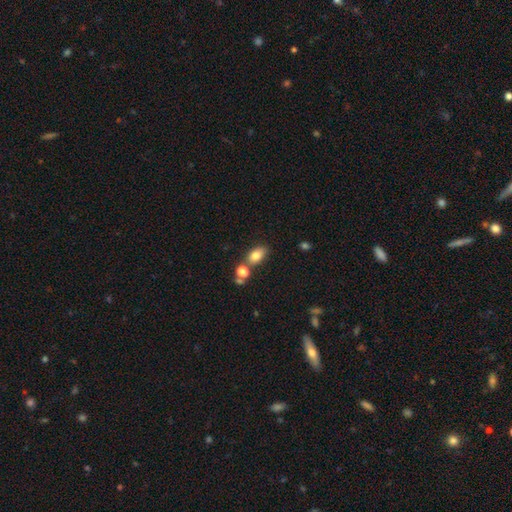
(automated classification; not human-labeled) smooth_or_featured: smooth (p=0.80) [alt: star or artifact p=0.10]
how_rounded: in between (p=0.84) [alt: round p=0.13]
merging: none (p=0.64) [alt: merger p=0.20]